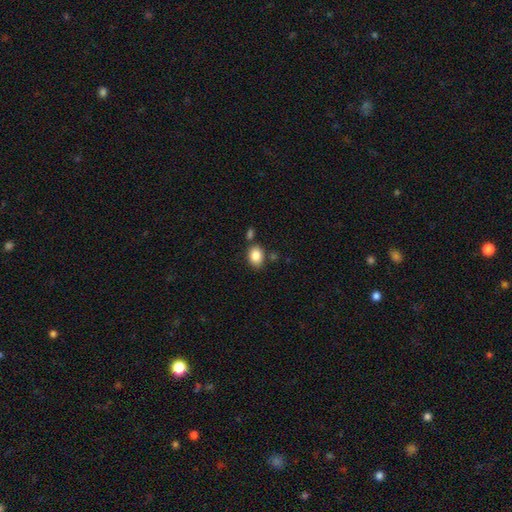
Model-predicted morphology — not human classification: A smooth galaxy with no disk features (86%) that is in between round and cigar-shaped (68%). Merging: none (74%).